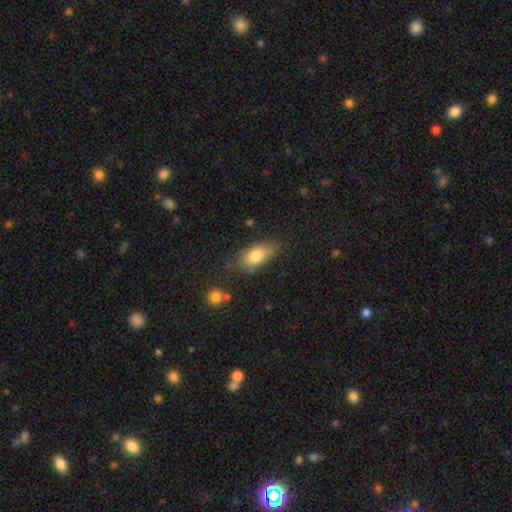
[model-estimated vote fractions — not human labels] Smooth or featured? Predicted: smooth (p=0.80). How rounded? Predicted: in between (p=0.87). Merging? Predicted: none (p=0.67).